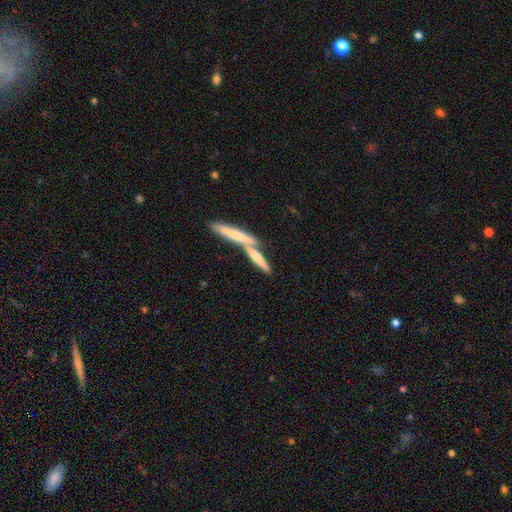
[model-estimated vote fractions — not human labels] The model was most divided on "smooth or featured": smooth: 44%, featured or disk: 43%, star or artifact: 14%. Remaining: merging — none (49%).